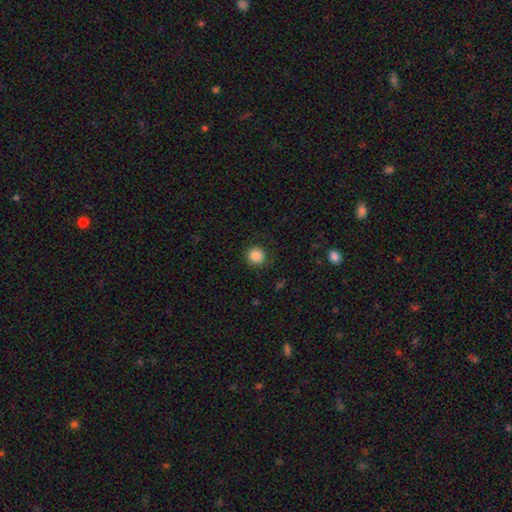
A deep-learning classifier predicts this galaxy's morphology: Smooth or featured: smooth — 86% (star or artifact — 10%)
How rounded: round — 94% (in between — 5%)
Merging: none — 89% (minor disturbance — 7%)